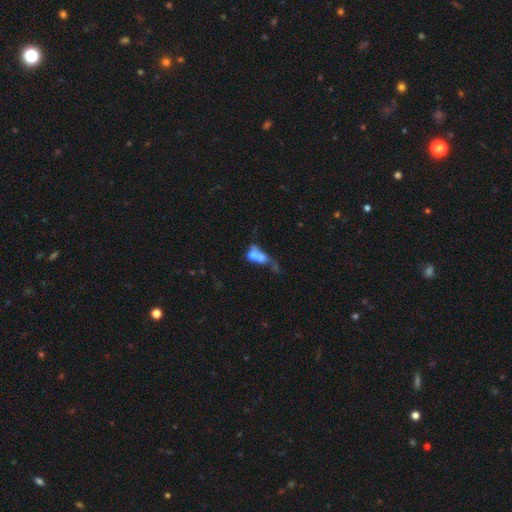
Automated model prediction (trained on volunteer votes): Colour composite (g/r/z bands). It shows a smooth galaxy with no disk features (52%) that is in between round and cigar-shaped (54%). Merging: merger (64%).